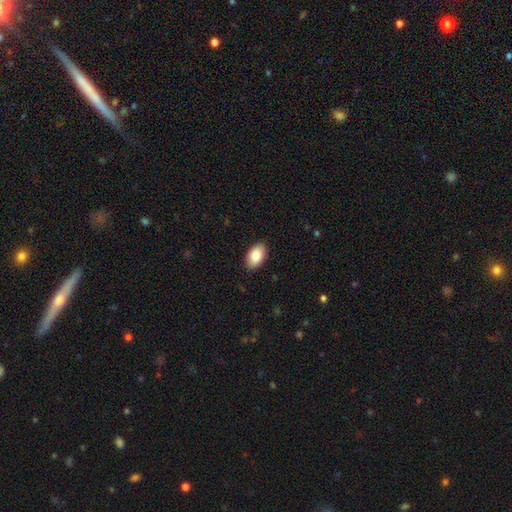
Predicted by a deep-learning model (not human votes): Smooth or featured?
  - smooth: 84% *
  - featured or disk: 9%
  - star or artifact: 6%
How rounded?
  - in between: 94% *
  - round: 5%
  - cigar-shaped: 2%
Merging?
  - none: 89% *
  - minor disturbance: 8%
  - major disturbance: 2%
  - merger: 1%